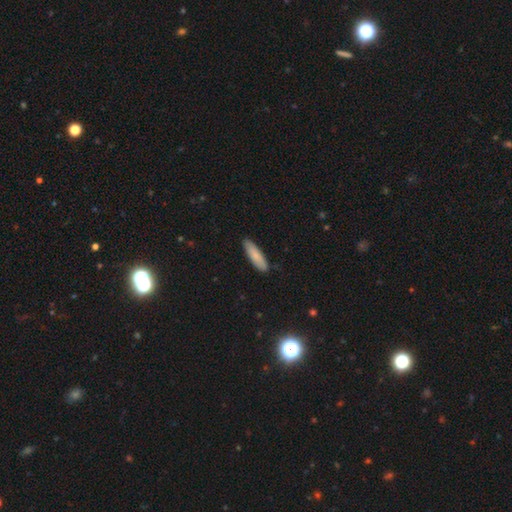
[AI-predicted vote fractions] Smooth or featured? Predicted: smooth (p=0.83). How rounded? Predicted: cigar-shaped (p=0.64). Merging? Predicted: none (p=0.87).